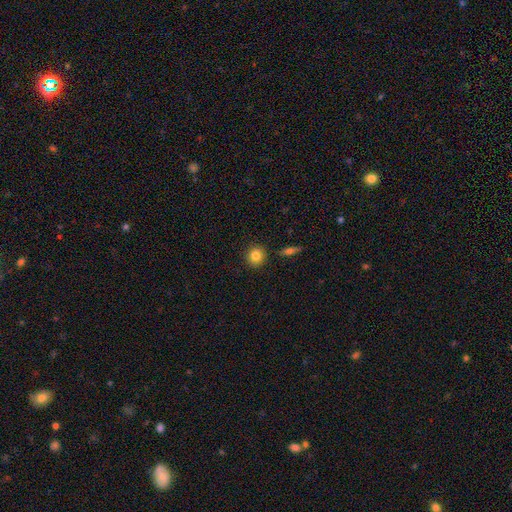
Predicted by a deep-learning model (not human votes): smooth_or_featured: smooth (p=0.83) [alt: star or artifact p=0.10]
how_rounded: round (p=0.89) [alt: in between p=0.10]
merging: none (p=0.89) [alt: minor disturbance p=0.06]